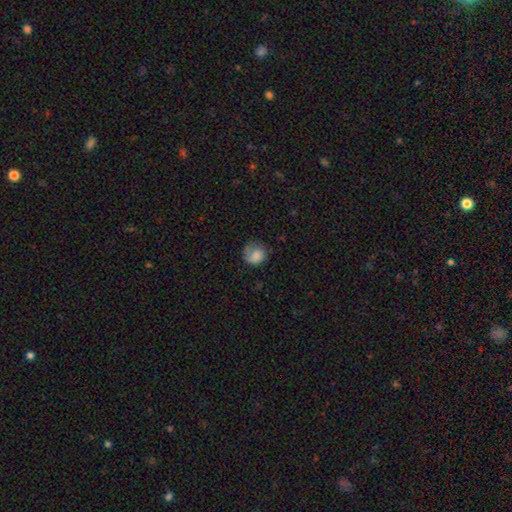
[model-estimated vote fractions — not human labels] Overall: smooth (77%). How rounded: round (75%). Merging: none (51%; minor disturbance 28%).